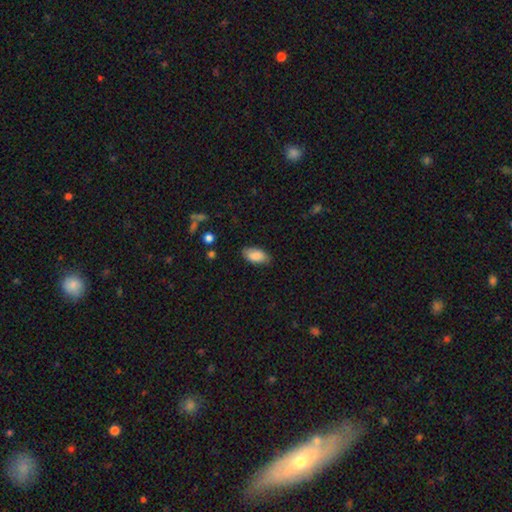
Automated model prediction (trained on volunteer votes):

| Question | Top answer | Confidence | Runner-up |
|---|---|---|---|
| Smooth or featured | smooth | 85% | featured or disk (8%) |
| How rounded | in between | 93% | cigar-shaped (4%) |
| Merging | none | 82% | minor disturbance (14%) |